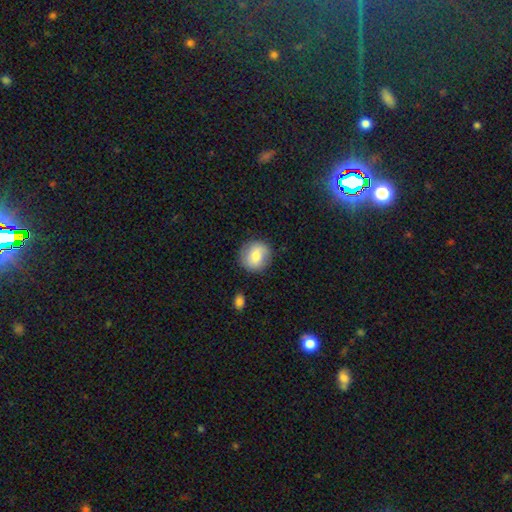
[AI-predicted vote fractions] This appears to be a smooth galaxy with no disk features (76%) that is round (87%). Merging: none (85%).